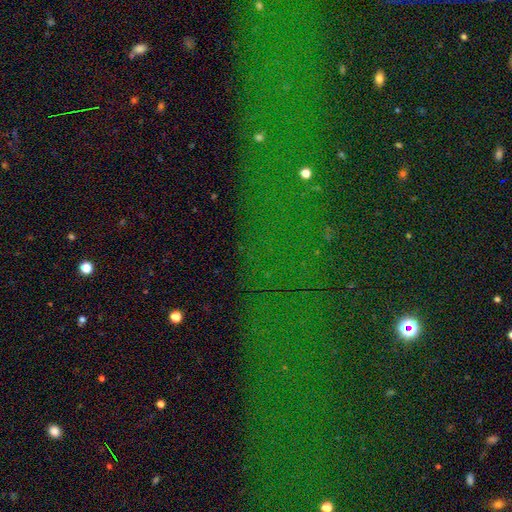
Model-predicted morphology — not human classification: This is likely a star or artifact rather than a galaxy (79%).